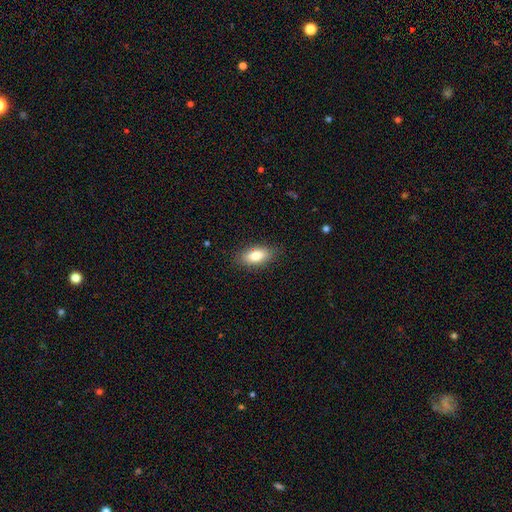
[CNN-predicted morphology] This appears to be a smooth galaxy with no disk features (80%) that is in between round and cigar-shaped (87%). Merging: none (85%).